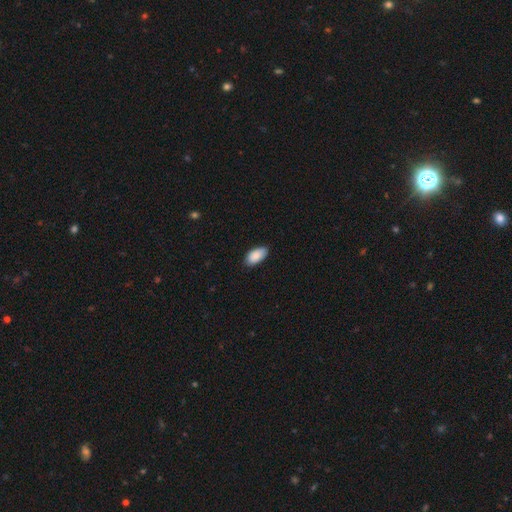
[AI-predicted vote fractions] Morphology: type=smooth (88%); roundness=in between (95%); merging=none (82%).